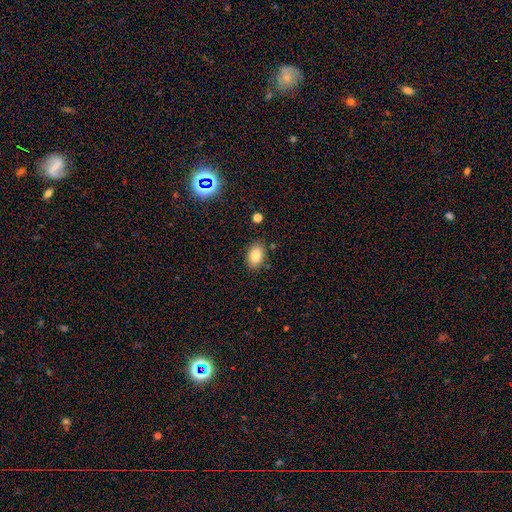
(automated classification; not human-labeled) Smooth or featured: smooth — 85% (star or artifact — 9%)
How rounded: in between — 82% (round — 17%)
Merging: none — 82% (minor disturbance — 12%)